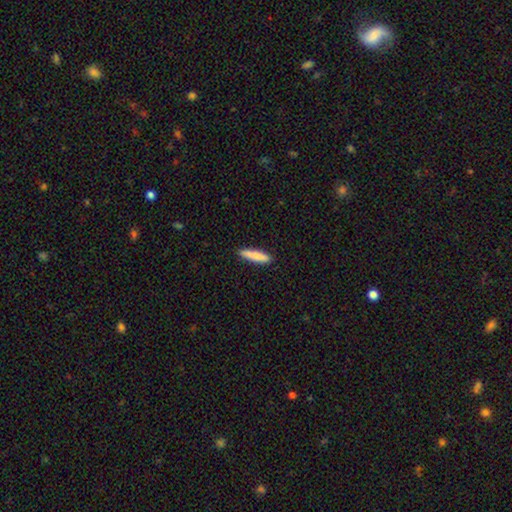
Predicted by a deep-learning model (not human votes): This is clearly a smooth galaxy (84%). How rounded: clearly cigar-shaped (86%). Merging: clearly none (89%).